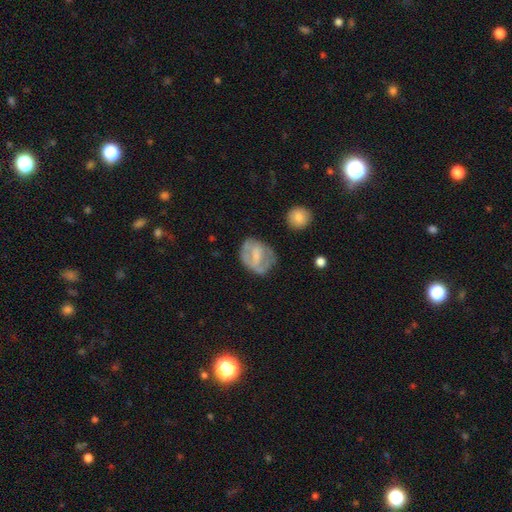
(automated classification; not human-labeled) Q: Smooth or featured?
A: featured or disk (51%); runner-up: smooth (42%)
Q: Edge-on disk?
A: no (95%); runner-up: yes (5%)
Q: Merging?
A: none (59%); runner-up: minor disturbance (24%)